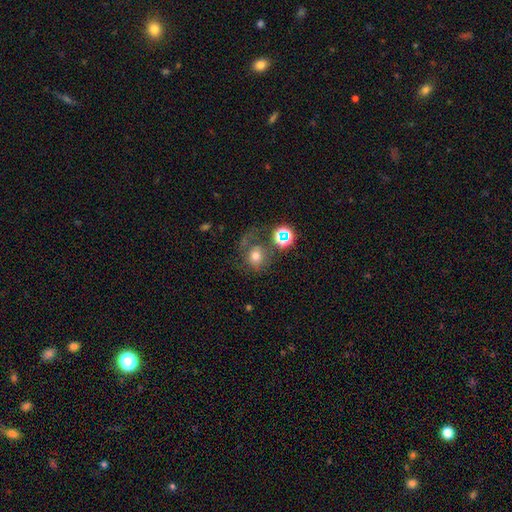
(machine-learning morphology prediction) This appears to be a smooth galaxy with no disk features (61%) that is round (74%). Merging: none (41%).